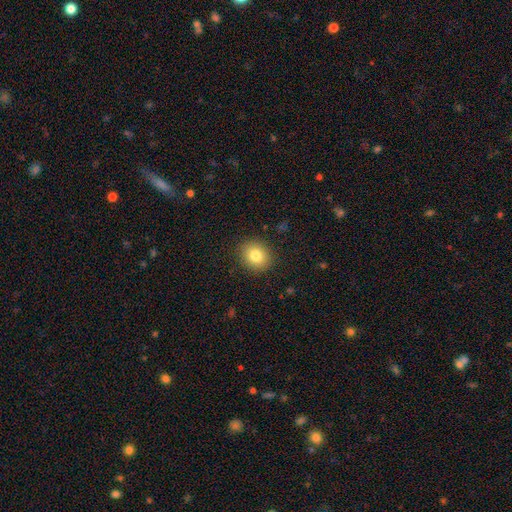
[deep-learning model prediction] smooth-or-featured: smooth: 82% | star or artifact: 10% | featured or disk: 9%
  how-rounded: round: 70% | in between: 29% | cigar-shaped: 1%
  merging: none: 89% | minor disturbance: 7% | major disturbance: 2% | merger: 1%